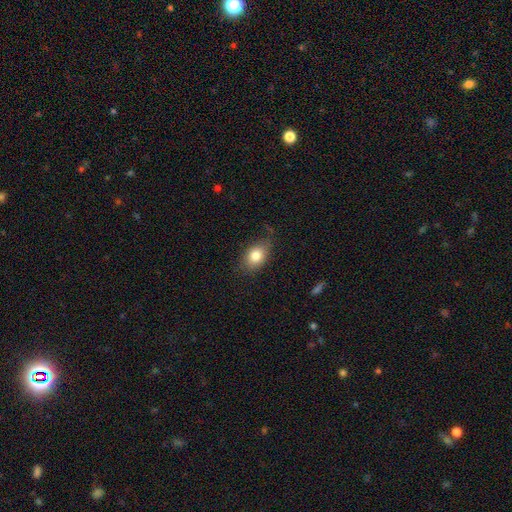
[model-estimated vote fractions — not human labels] Smooth or featured? Predicted: smooth (p=0.81). How rounded? Predicted: in between (p=0.74). Merging? Predicted: none (p=0.70).